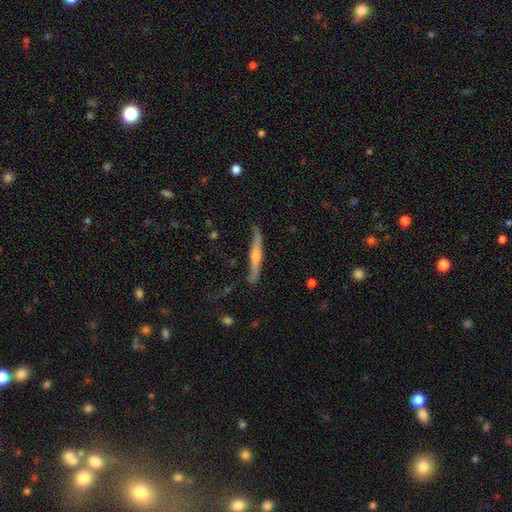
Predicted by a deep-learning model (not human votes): Q: Smooth or featured?
A: featured or disk (72%); runner-up: smooth (23%)
Q: Edge-on disk?
A: yes (96%); runner-up: no (4%)
Q: Edge-on bulge?
A: rounded (88%); runner-up: none (8%)
Q: Merging?
A: none (82%); runner-up: minor disturbance (14%)